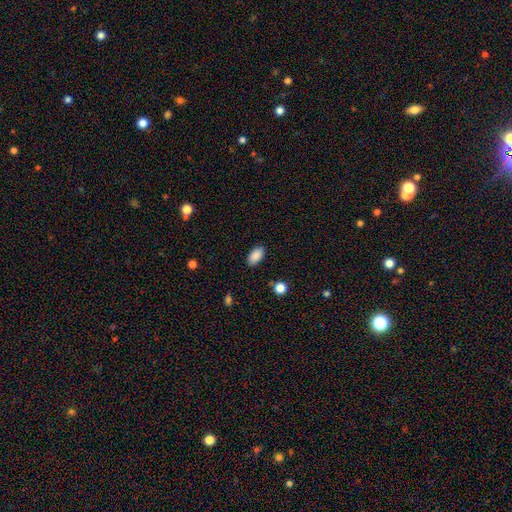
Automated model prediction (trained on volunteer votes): smooth-or-featured: smooth: 88% | star or artifact: 8% | featured or disk: 4%
  how-rounded: in between: 94% | round: 4% | cigar-shaped: 2%
  merging: none: 88% | minor disturbance: 9% | major disturbance: 2% | merger: 1%